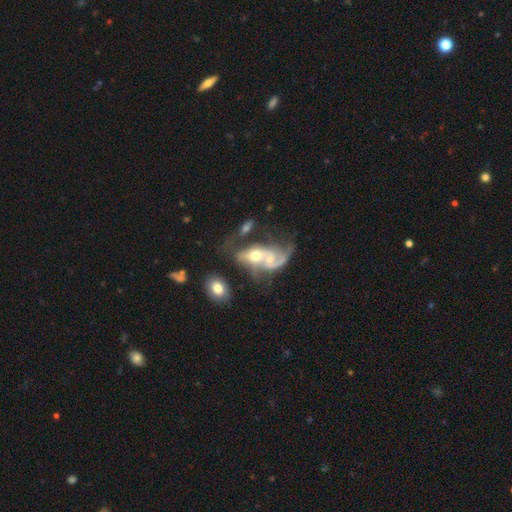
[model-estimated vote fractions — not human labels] smooth-or-featured: featured or disk: 75% | smooth: 18% | star or artifact: 7%
  disk-edge-on: no: 95% | yes: 5%
    bar: no: 65% | weak: 27% | strong: 9%
    has-spiral-arms: yes: 83% | no: 17%
      spiral-winding: loose: 45% | medium: 38% | tight: 18%
      spiral-arm-count: 2: 58% | 1: 17% | can't tell: 15% | 3: 6% | 4: 2% | more than 4: 2%
    bulge-size: moderate: 58% | small: 32% | large: 6% | none: 3% | dominant: 1%
  merging: merger: 52% | major disturbance: 21% | none: 17% | minor disturbance: 10%